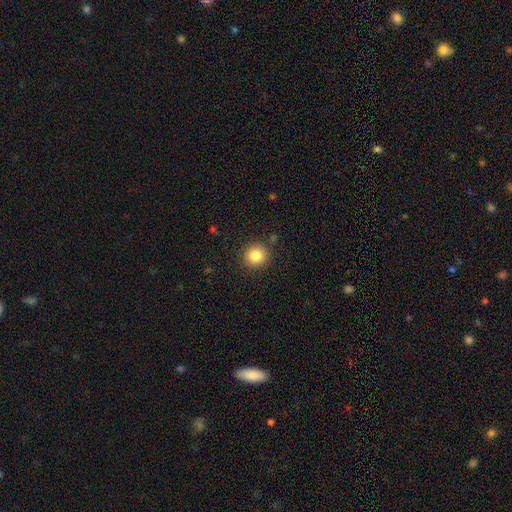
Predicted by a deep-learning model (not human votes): The model was most divided on "smooth or featured": smooth: 83%, star or artifact: 11%, featured or disk: 6%. More confident: how rounded — round (93%); merging — none (90%).